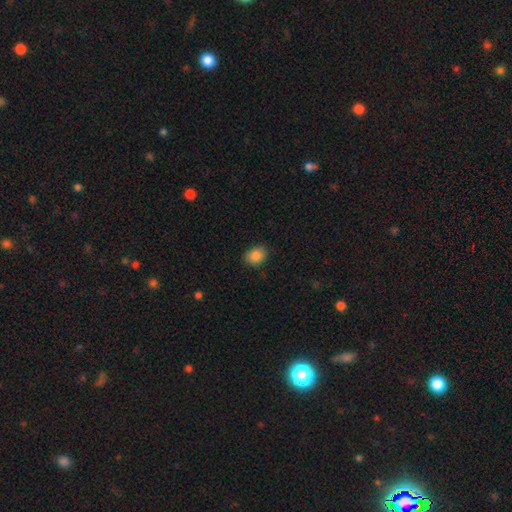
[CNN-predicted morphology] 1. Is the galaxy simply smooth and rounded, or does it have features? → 86% smooth, 9% star or artifact, 5% featured or disk.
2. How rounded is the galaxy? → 50% in between, 49% round, 1% cigar-shaped.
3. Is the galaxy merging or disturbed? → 84% none, 12% minor disturbance, 3% major disturbance, 1% merger.